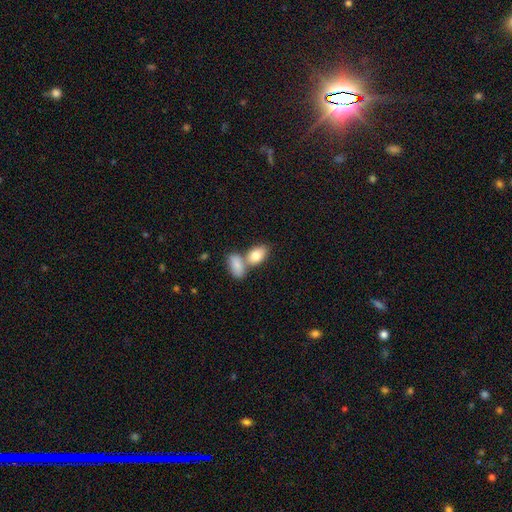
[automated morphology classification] This is clearly a smooth galaxy (81%). How rounded: clearly in between (90%). Merging: possibly merger (51%).